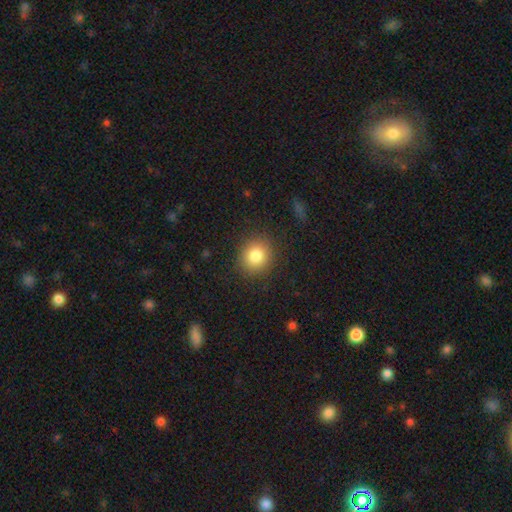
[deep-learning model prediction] smooth_or_featured: smooth (p=0.83) [alt: star or artifact p=0.10]
how_rounded: round (p=0.81) [alt: in between p=0.18]
merging: none (p=0.88) [alt: minor disturbance p=0.08]